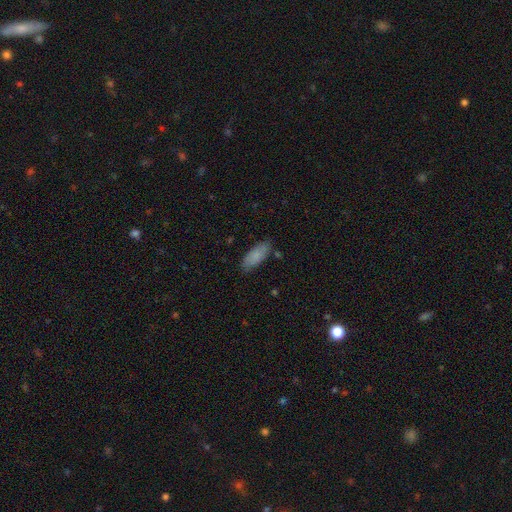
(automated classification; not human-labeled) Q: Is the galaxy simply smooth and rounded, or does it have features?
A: smooth — 84%.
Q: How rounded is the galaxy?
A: in between — 75%.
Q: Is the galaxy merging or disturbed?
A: none — 78%.